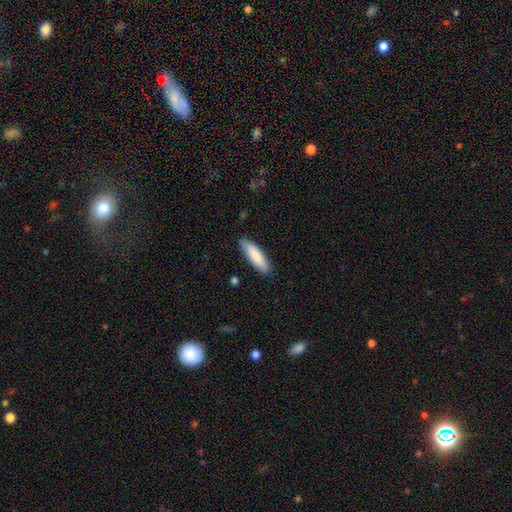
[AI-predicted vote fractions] Smooth or featured?
  - smooth: 83% *
  - featured or disk: 12%
  - star or artifact: 5%
How rounded?
  - cigar-shaped: 55% *
  - in between: 43%
  - round: 1%
Merging?
  - none: 87% *
  - minor disturbance: 10%
  - major disturbance: 2%
  - merger: 1%